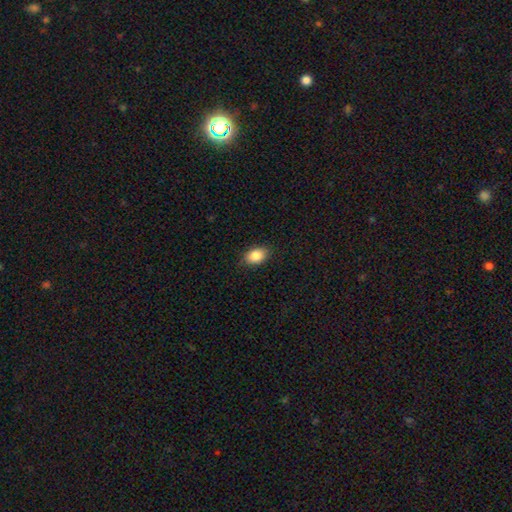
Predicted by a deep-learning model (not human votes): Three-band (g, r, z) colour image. It shows a smooth galaxy with no disk features (87%) that is in between round and cigar-shaped (83%). Merging: none (85%).